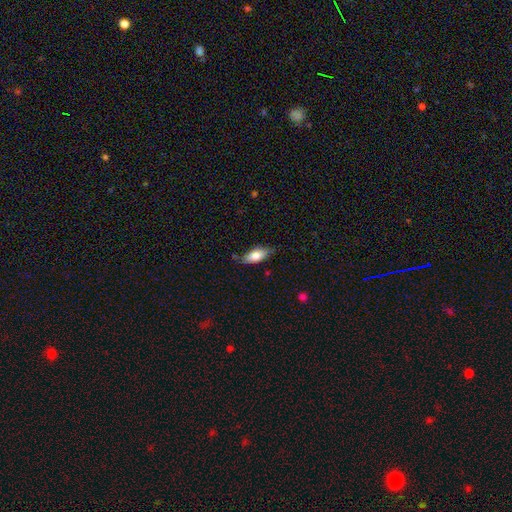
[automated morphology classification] This is likely a smooth galaxy (76%). How rounded: clearly in between (83%). Merging: likely none (74%).